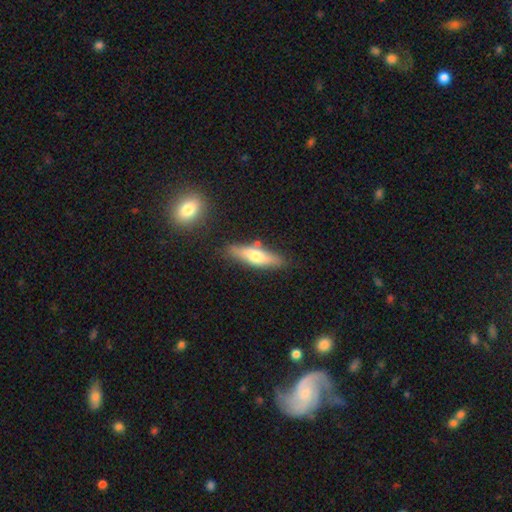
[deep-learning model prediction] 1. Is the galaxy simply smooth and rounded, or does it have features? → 57% smooth, 36% featured or disk, 6% star or artifact.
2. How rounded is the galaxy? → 64% cigar-shaped, 34% in between, 2% round.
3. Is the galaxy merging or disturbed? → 78% none, 13% minor disturbance, 6% merger, 3% major disturbance.